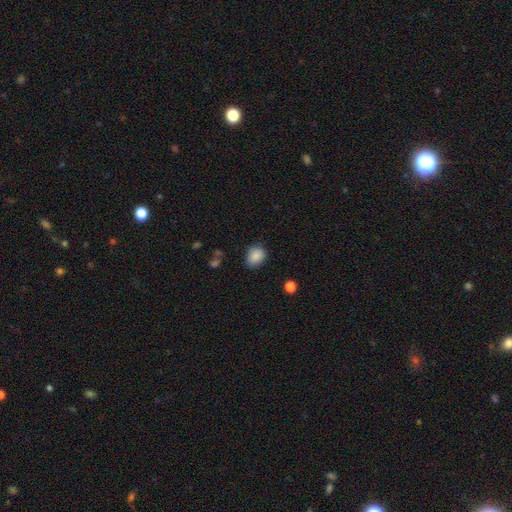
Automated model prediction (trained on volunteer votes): Smooth or featured?
  - smooth: 88% *
  - star or artifact: 9%
  - featured or disk: 4%
How rounded?
  - in between: 56% *
  - round: 43%
  - cigar-shaped: 1%
Merging?
  - none: 80% *
  - minor disturbance: 15%
  - major disturbance: 3%
  - merger: 2%